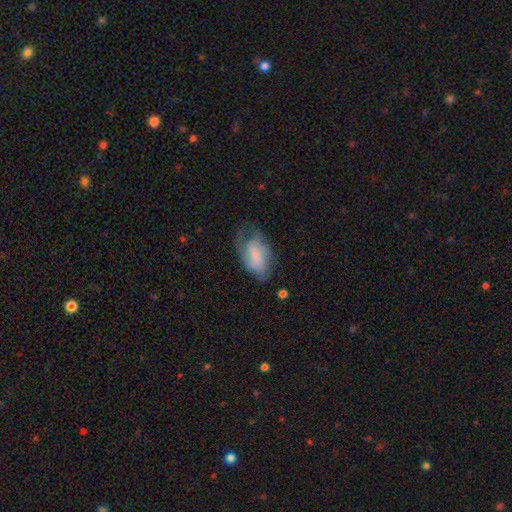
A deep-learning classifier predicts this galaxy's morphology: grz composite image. It shows a smooth galaxy with no disk features (48%). Merging: none (46%).